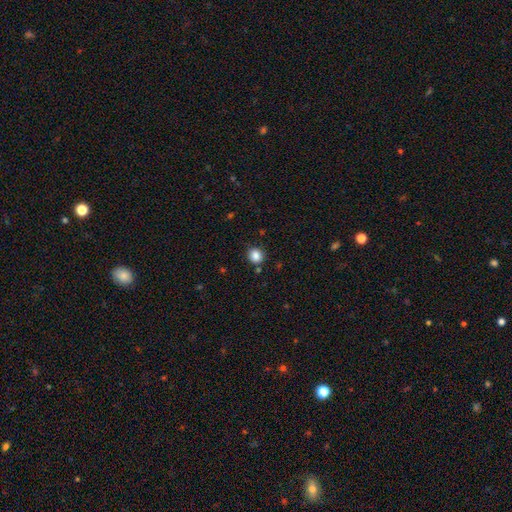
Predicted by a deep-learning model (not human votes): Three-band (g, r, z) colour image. It shows a smooth galaxy with no disk features (86%) that is round (81%). Merging: none (85%).